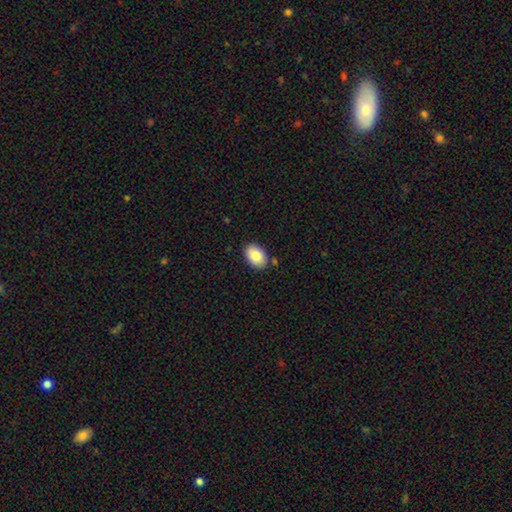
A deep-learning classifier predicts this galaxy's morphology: Smooth or featured? smooth (86%)
How rounded? in between (88%)
Merging? none (85%)